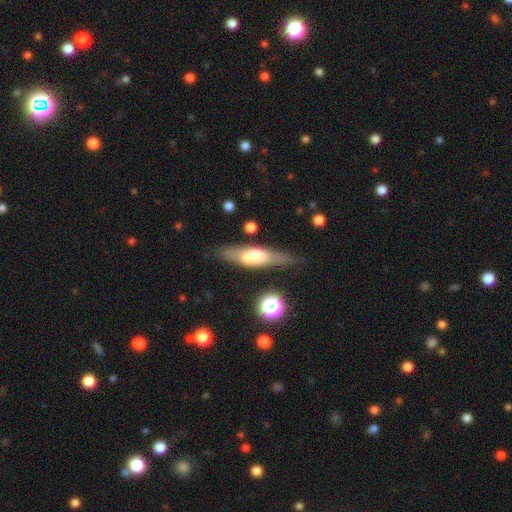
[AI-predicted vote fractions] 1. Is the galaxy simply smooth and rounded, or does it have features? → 48% smooth, 44% featured or disk, 8% star or artifact.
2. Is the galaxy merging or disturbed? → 64% none, 18% minor disturbance, 13% merger, 6% major disturbance.